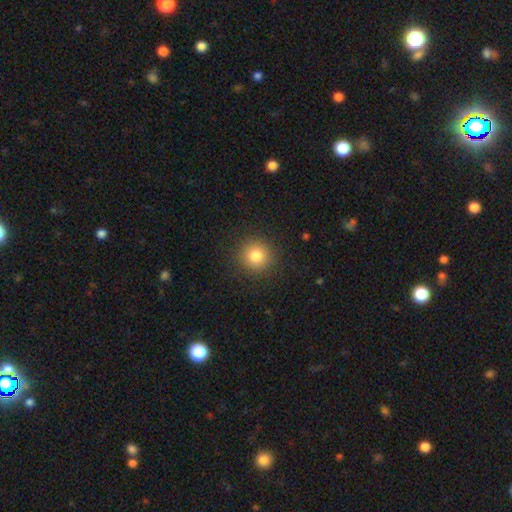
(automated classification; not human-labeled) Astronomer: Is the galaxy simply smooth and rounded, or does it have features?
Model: smooth — 81%.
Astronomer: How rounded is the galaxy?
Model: round — 93%.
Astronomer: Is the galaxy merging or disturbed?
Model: none — 90%.